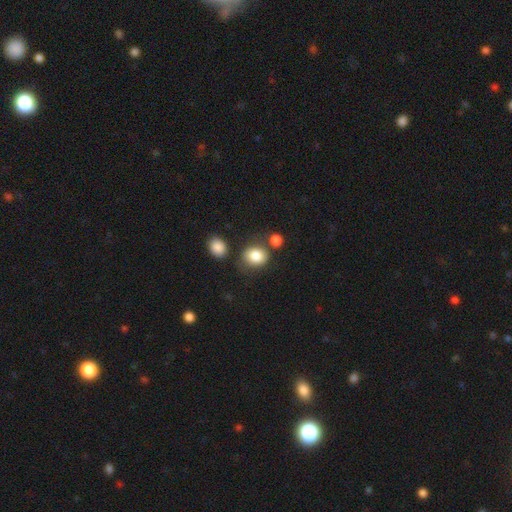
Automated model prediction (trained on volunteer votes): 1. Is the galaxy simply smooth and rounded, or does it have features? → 84% smooth, 9% star or artifact, 7% featured or disk.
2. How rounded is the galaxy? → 58% round, 41% in between, 1% cigar-shaped.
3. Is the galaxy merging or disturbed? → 65% none, 16% minor disturbance, 14% merger, 6% major disturbance.